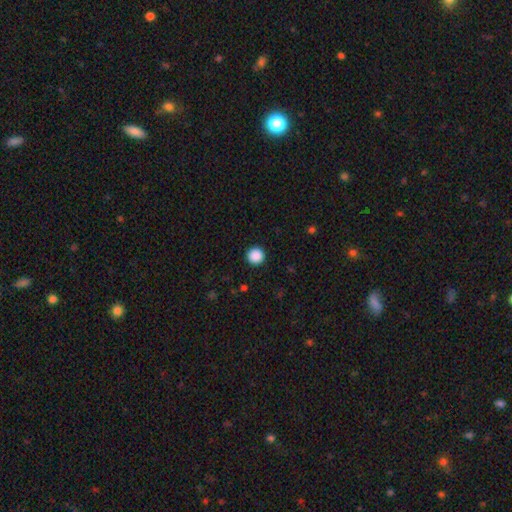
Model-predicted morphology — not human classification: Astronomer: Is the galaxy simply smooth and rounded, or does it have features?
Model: smooth — 88%.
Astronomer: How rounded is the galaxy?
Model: round — 96%.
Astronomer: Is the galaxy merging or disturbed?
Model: none — 93%.